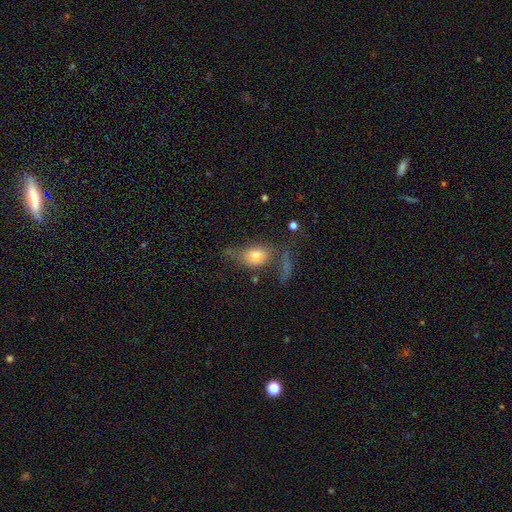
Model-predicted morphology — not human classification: This appears to be a smooth galaxy with no disk features (61%) that is in between round and cigar-shaped (75%). Merging: none (36%).